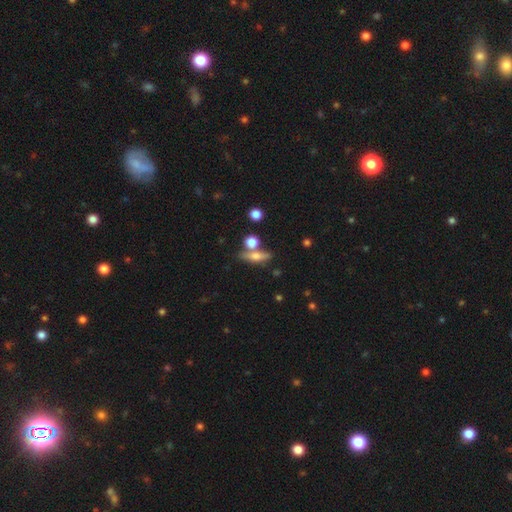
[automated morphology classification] This appears to be a smooth galaxy with no disk features (50%) that is cigar-shaped (53%). Merging: none (64%).